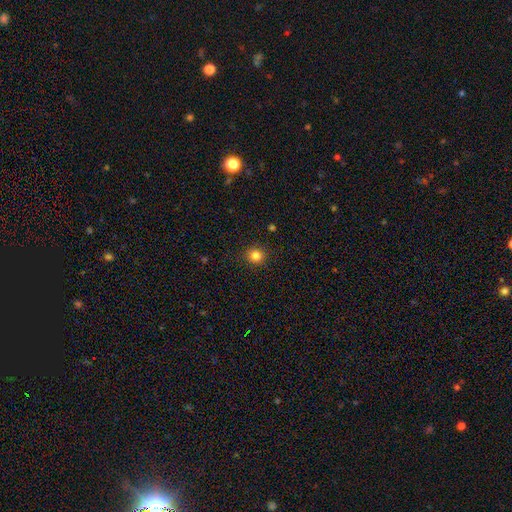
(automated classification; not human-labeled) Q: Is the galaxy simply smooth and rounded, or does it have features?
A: smooth — 83%.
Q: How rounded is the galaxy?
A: round — 91%.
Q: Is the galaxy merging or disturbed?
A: none — 91%.